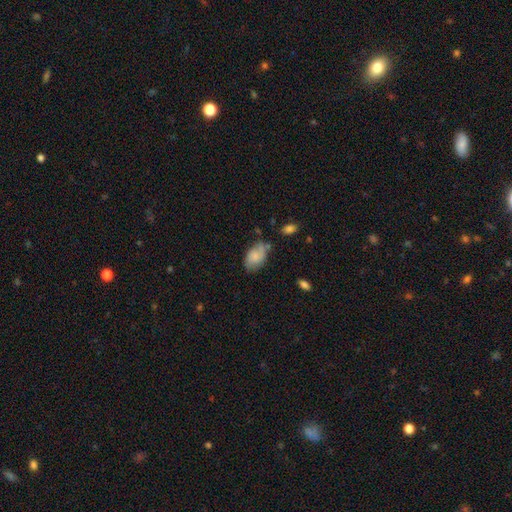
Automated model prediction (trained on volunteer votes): smooth 69%, featured or disk 23%, star or artifact 8%. Down the decision tree: how rounded — in between (91%); merging — none (56%).